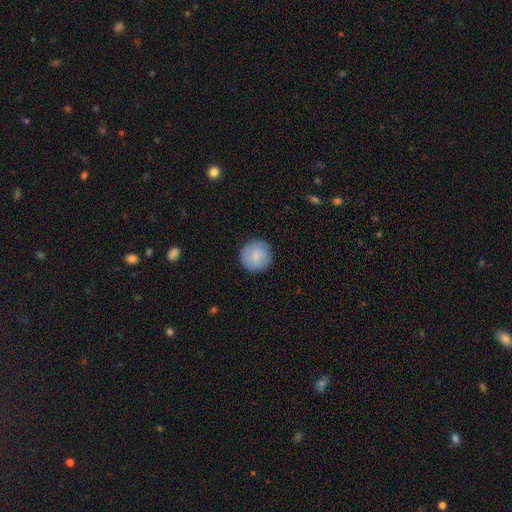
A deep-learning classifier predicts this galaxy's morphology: Overall: smooth (85%). How rounded: round (95%). Merging: none (89%).